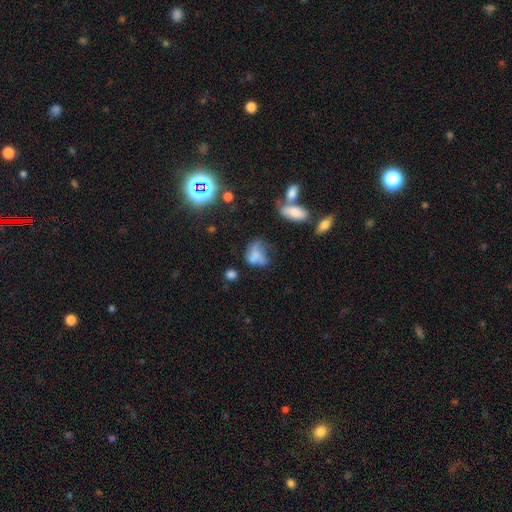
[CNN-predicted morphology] A smooth galaxy with no disk features (61%) that is in between round and cigar-shaped (71%).

Vote fractions:
- Smooth or featured? smooth: 61% / featured or disk: 25% / star or artifact: 14%
- How rounded? in between: 71% / round: 26% / cigar-shaped: 2%
- Merging? major disturbance: 31% / none: 29% / minor disturbance: 28% / merger: 12%